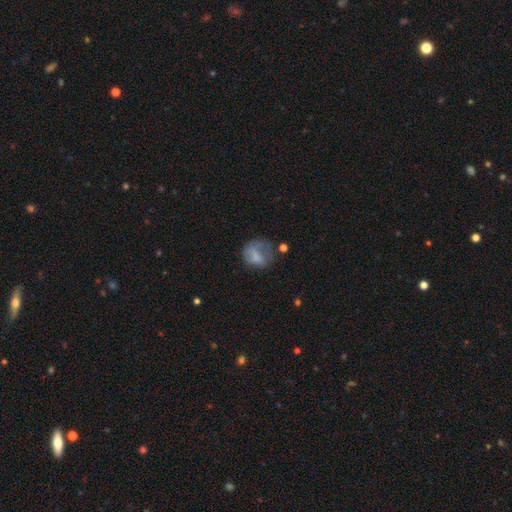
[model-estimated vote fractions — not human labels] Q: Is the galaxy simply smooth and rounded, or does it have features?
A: smooth — 65%.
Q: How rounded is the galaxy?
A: round — 62%.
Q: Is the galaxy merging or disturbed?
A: none — 36%.